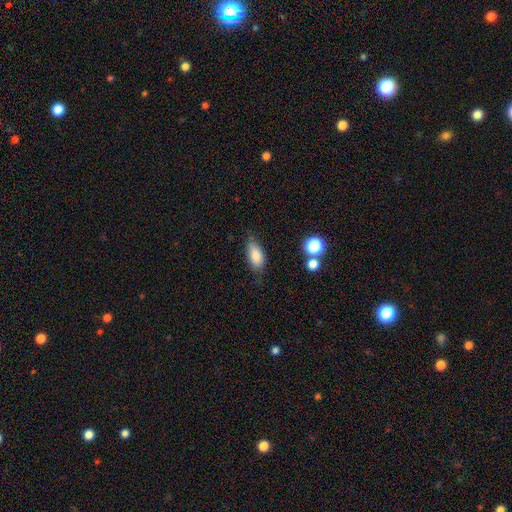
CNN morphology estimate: A smooth galaxy with no disk features (83%) that is in between round and cigar-shaped (86%). Merging: none (70%).